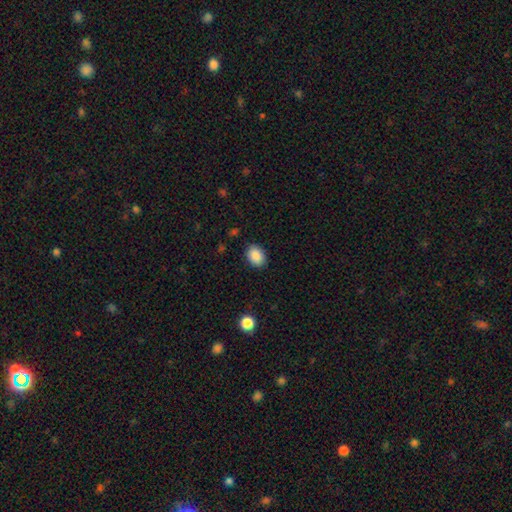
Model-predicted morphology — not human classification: smooth_or_featured: smooth (p=0.89) [alt: star or artifact p=0.08]
how_rounded: in between (p=0.68) [alt: round p=0.31]
merging: none (p=0.87) [alt: minor disturbance p=0.10]